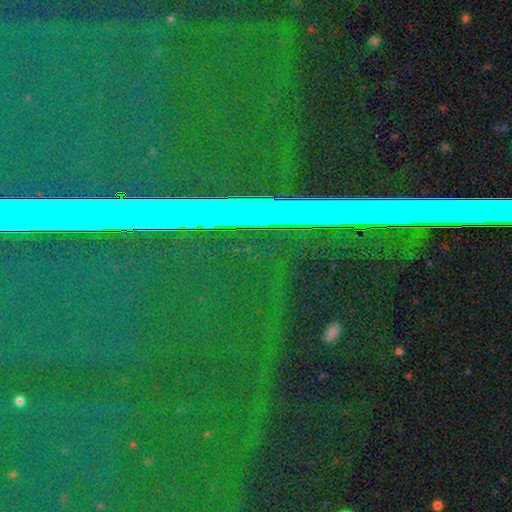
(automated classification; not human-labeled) Smooth or featured? star or artifact (86%)